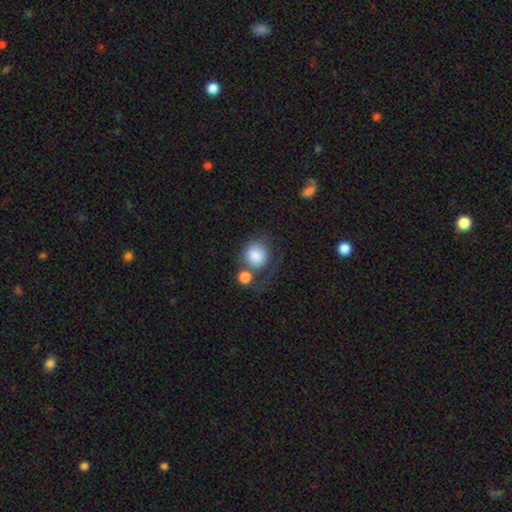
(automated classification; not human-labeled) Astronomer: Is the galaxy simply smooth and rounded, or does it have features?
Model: smooth — 82%.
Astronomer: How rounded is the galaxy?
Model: round — 82%.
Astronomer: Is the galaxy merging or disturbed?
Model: none — 43% (runner-up: merger, 30%).